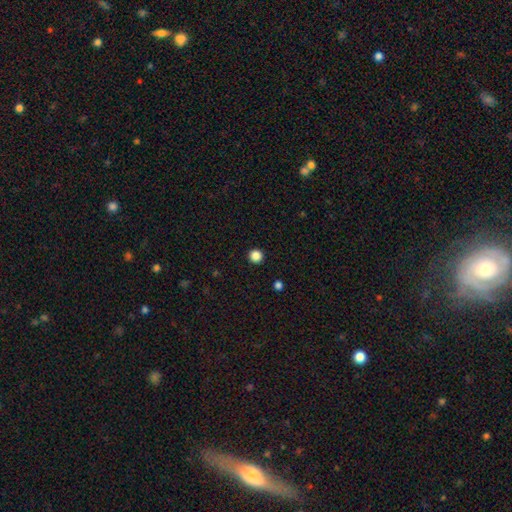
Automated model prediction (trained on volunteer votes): Smooth or featured: smooth — 86% (star or artifact — 11%)
How rounded: round — 96% (in between — 3%)
Merging: none — 94% (minor disturbance — 4%)